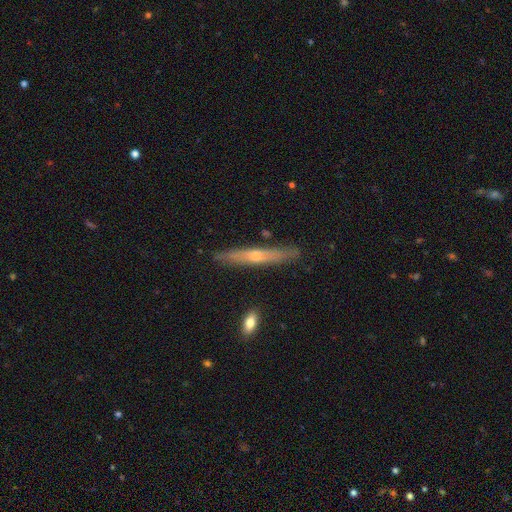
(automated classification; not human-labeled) Overall: featured or disk (61%; smooth 33%). Edge-on disk: yes (94%). Edge-on bulge: rounded (74%). Merging: none (86%).